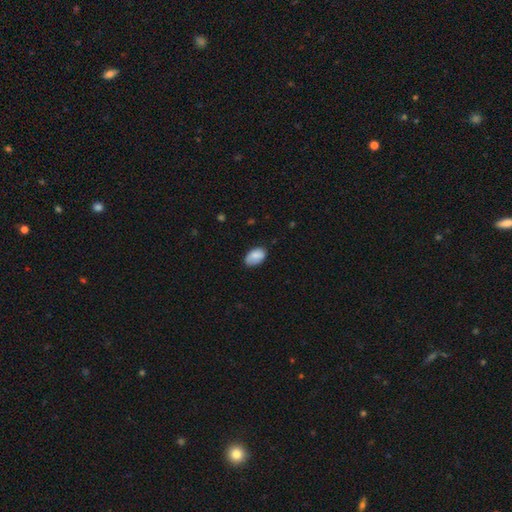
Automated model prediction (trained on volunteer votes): A smooth galaxy with no disk features (81%) that is in between round and cigar-shaped (91%).

Vote fractions:
- Smooth or featured? smooth: 81% / featured or disk: 12% / star or artifact: 7%
- How rounded? in between: 91% / round: 7% / cigar-shaped: 1%
- Merging? none: 72% / minor disturbance: 23% / major disturbance: 4% / merger: 1%